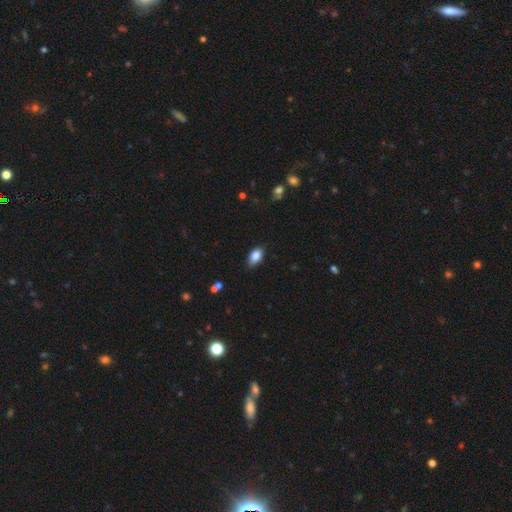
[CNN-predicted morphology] Smooth or featured: smooth — 86% (star or artifact — 8%)
How rounded: in between — 90% (round — 7%)
Merging: none — 81% (minor disturbance — 16%)